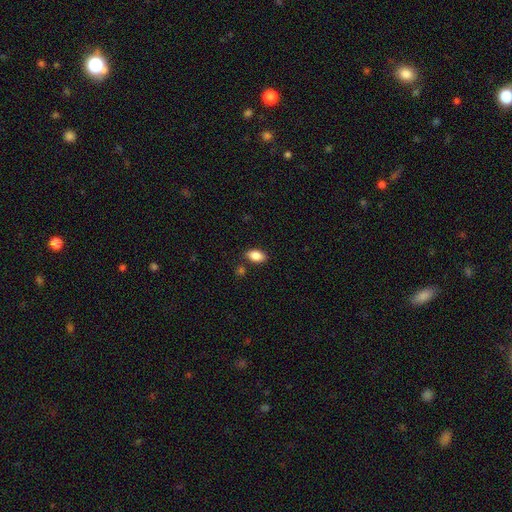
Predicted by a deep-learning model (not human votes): A smooth galaxy with no disk features (85%) that is in between round and cigar-shaped (91%).

Vote fractions:
- Smooth or featured? smooth: 85% / star or artifact: 8% / featured or disk: 7%
- How rounded? in between: 91% / round: 5% / cigar-shaped: 4%
- Merging? none: 83% / minor disturbance: 11% / merger: 4% / major disturbance: 2%